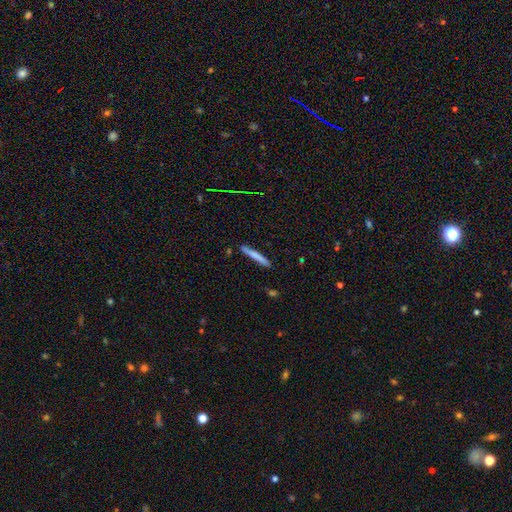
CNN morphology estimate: smooth_or_featured: smooth (p=0.73) [alt: featured or disk p=0.21]
how_rounded: cigar-shaped (p=0.96) [alt: in between p=0.03]
merging: none (p=0.88) [alt: minor disturbance p=0.09]